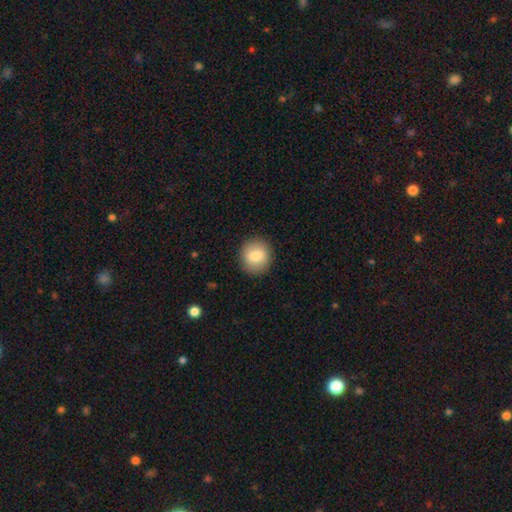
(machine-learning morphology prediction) Smooth or featured: smooth — 81% (featured or disk — 12%)
How rounded: round — 81% (in between — 18%)
Merging: none — 88% (minor disturbance — 8%)